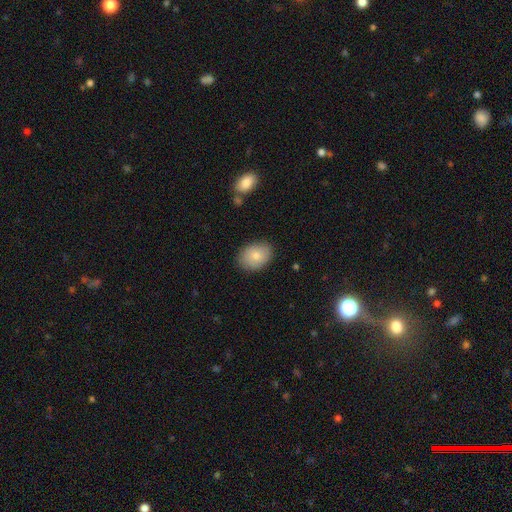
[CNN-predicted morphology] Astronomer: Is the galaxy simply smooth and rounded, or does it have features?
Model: smooth — 79%.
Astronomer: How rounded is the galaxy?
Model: in between — 74%.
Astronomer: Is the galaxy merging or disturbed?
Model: none — 82%.